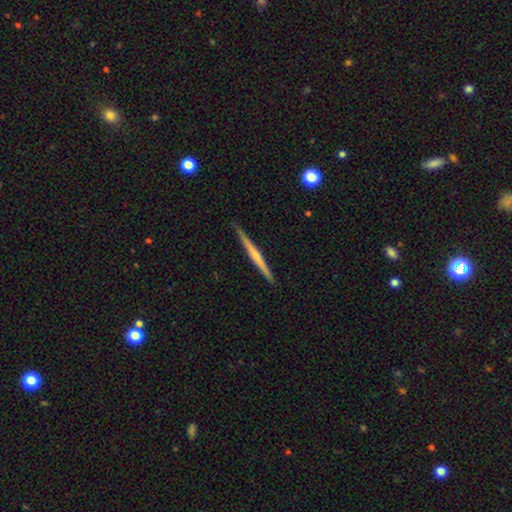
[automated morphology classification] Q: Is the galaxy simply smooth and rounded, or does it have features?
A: featured or disk — 63%.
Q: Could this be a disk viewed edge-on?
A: yes — 98%.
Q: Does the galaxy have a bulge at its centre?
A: none — 52%.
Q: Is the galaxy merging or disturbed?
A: none — 90%.